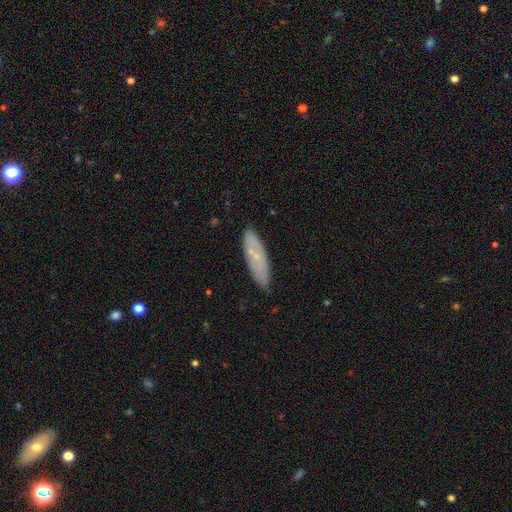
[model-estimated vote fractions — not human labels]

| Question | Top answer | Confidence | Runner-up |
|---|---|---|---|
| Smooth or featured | smooth | 51% | featured or disk (41%) |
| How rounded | cigar-shaped | 57% | in between (41%) |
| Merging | none | 82% | minor disturbance (14%) |